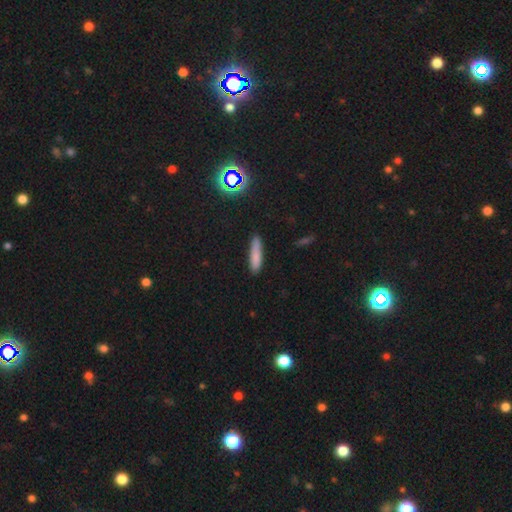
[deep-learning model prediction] smooth_or_featured: smooth (p=0.81) [alt: featured or disk p=0.10]
how_rounded: cigar-shaped (p=0.81) [alt: in between p=0.18]
merging: none (p=0.83) [alt: minor disturbance p=0.13]